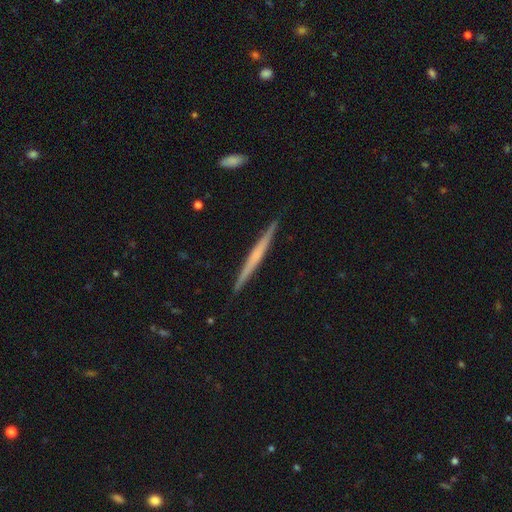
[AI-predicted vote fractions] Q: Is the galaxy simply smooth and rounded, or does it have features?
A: featured or disk — 60%.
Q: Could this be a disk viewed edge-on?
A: yes — 98%.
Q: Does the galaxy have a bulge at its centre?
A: none — 73%.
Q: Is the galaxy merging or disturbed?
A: none — 92%.